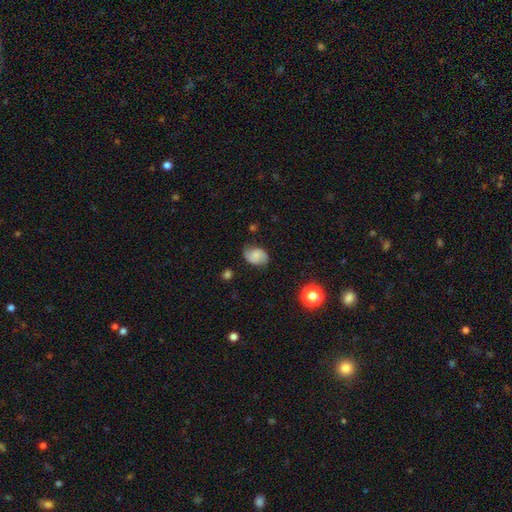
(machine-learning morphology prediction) Smooth or featured? smooth (64%)
How rounded? in between (77%)
Merging? none (65%)